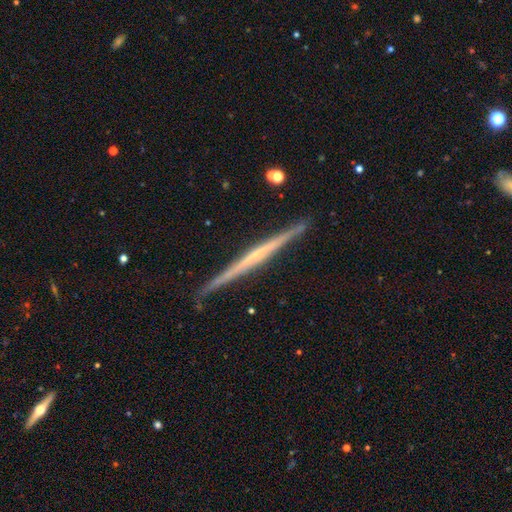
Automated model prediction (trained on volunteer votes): Morphology: type=featured or disk (76%); edge-on=yes (98%); edge-on bulge=none (68%); merging=none (90%).